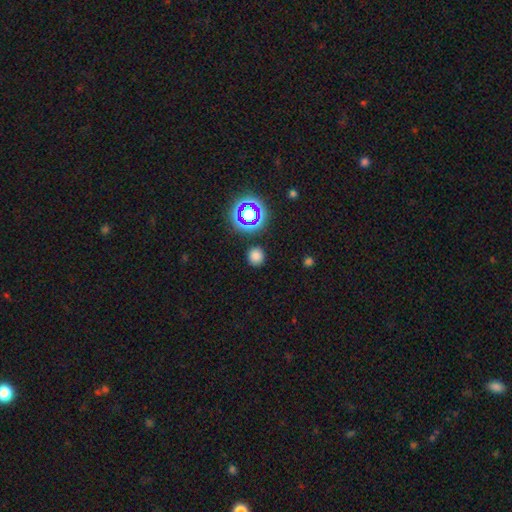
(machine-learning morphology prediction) A smooth galaxy with no disk features (74%) that is round (92%). Merging: none (89%).